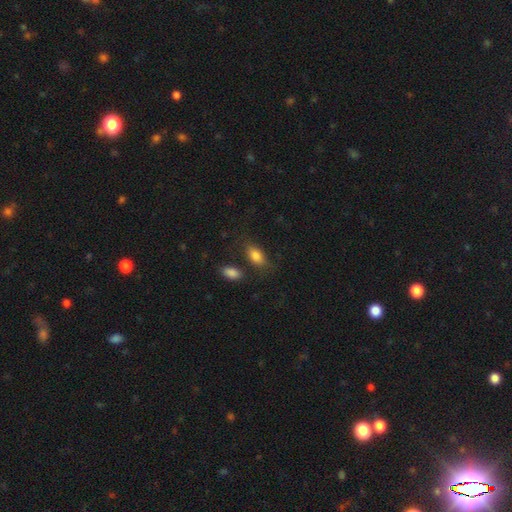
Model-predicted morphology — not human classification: smooth 82%, featured or disk 10%, star or artifact 8%. Down the decision tree: how rounded — in between (87%); merging — none (70%).